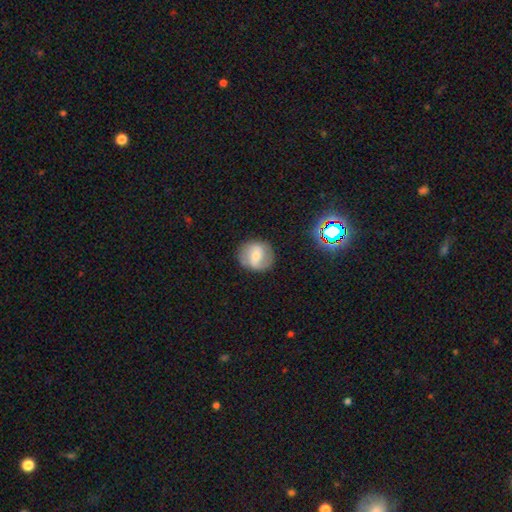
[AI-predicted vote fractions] Smooth or featured? featured or disk (56%)
Edge-on disk? no (97%)
Bar? weak (45%)
Spiral arms? yes (80%)
Bulge size? moderate (50%)
Merging? none (82%)